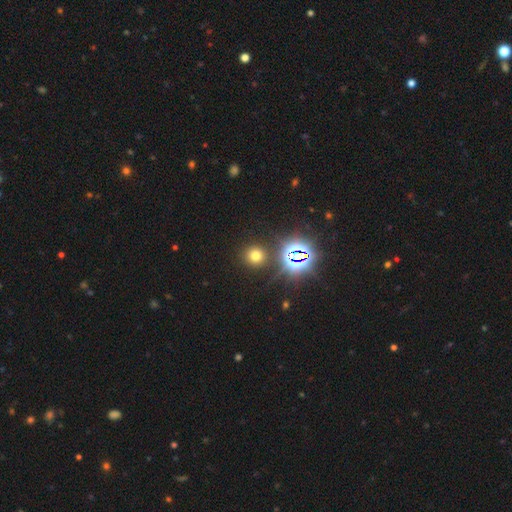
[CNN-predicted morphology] A smooth galaxy with no disk features (62%) that is round (91%). Merging: none (87%).